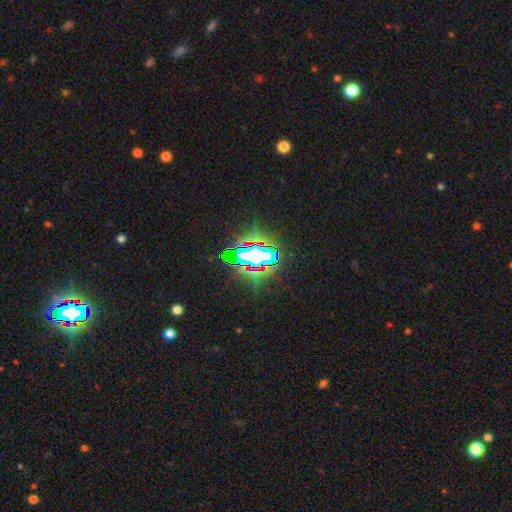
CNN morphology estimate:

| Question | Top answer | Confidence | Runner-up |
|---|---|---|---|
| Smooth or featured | star or artifact | 72% | featured or disk (14%) |